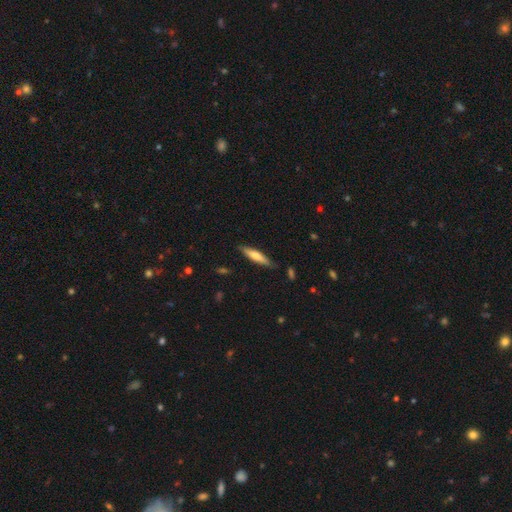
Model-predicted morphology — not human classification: This is possibly a smooth galaxy (59%). How rounded: clearly cigar-shaped (82%). Merging: clearly none (84%).